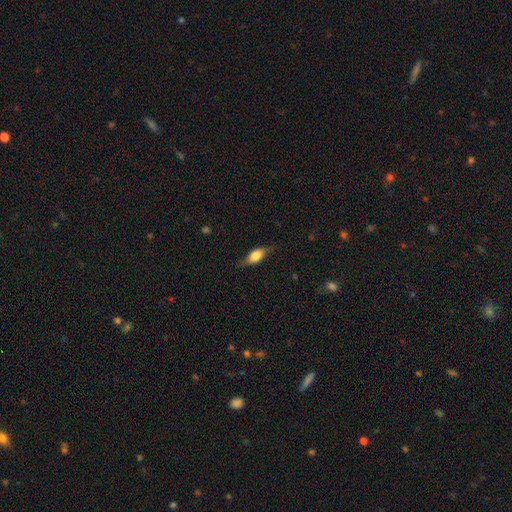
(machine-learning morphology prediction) Q: Smooth or featured?
A: smooth (55%); runner-up: featured or disk (38%)
Q: How rounded?
A: in between (73%); runner-up: cigar-shaped (21%)
Q: Merging?
A: none (73%); runner-up: minor disturbance (20%)